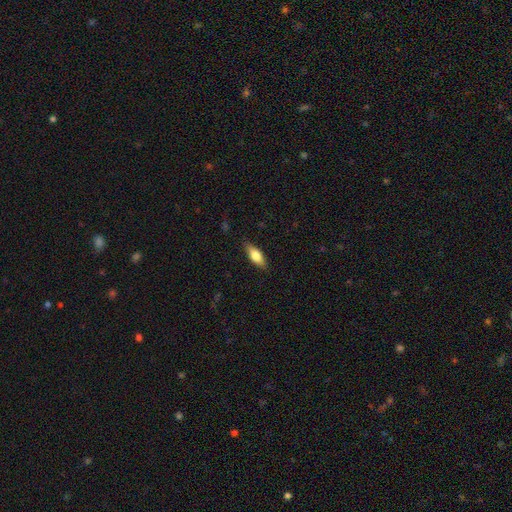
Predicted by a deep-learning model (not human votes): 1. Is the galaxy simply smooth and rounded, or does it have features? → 71% smooth, 23% featured or disk, 6% star or artifact.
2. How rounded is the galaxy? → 71% in between, 26% cigar-shaped, 3% round.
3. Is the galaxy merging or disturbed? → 85% none, 12% minor disturbance, 2% major disturbance, 1% merger.